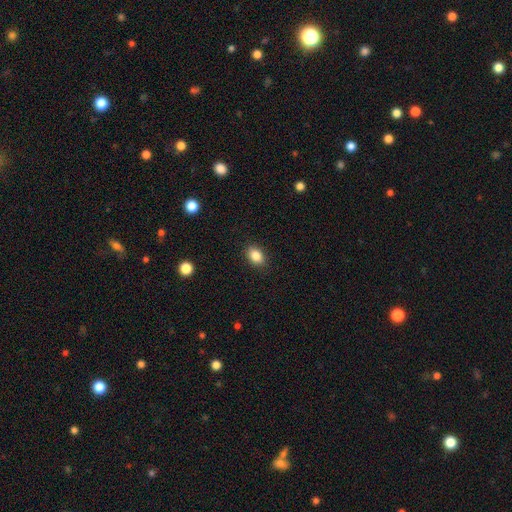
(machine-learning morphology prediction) Smooth or featured: smooth — 86% (star or artifact — 9%)
How rounded: in between — 80% (round — 19%)
Merging: none — 89% (minor disturbance — 8%)